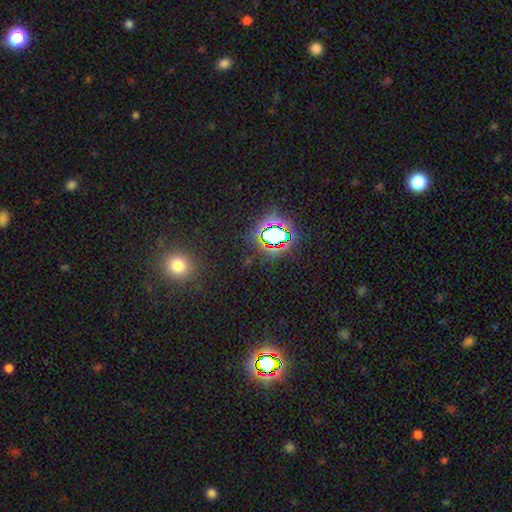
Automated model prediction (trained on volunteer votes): Overall: star or artifact (72%).